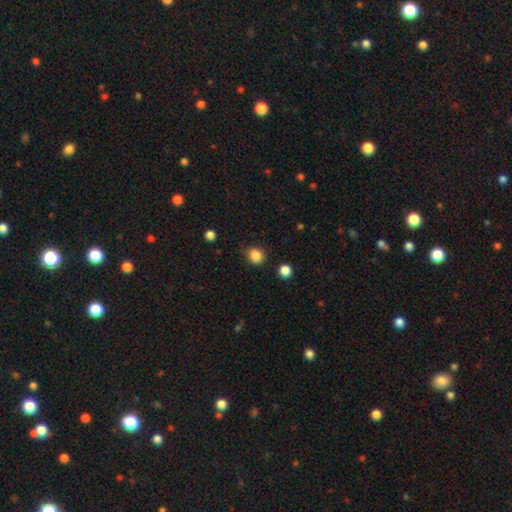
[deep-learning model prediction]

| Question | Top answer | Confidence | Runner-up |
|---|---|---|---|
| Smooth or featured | smooth | 86% | star or artifact (11%) |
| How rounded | round | 77% | in between (22%) |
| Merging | none | 79% | minor disturbance (16%) |